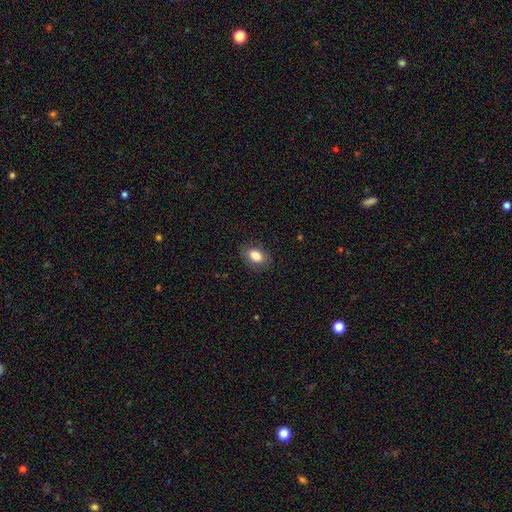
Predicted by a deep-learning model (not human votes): The model was most divided on "how rounded": in between: 83%, round: 16%, cigar-shaped: 1%. More confident: merging — none (86%); smooth or featured — smooth (83%).